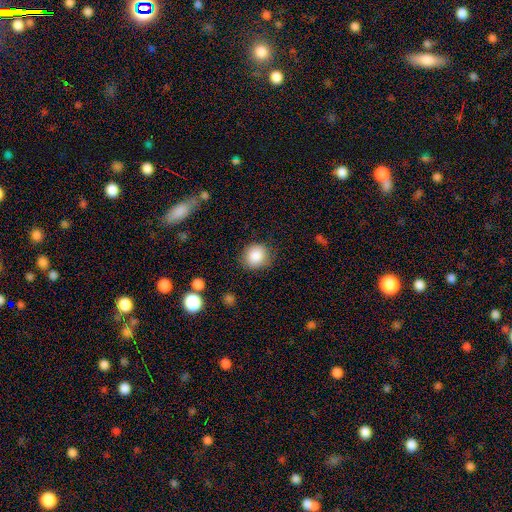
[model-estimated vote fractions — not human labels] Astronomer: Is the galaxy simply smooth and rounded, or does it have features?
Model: smooth — 86%.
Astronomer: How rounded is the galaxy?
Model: round — 86%.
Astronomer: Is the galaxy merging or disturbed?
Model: none — 81%.